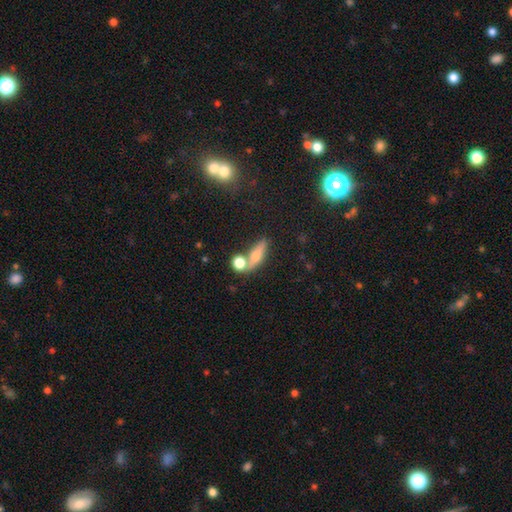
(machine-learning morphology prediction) This appears to be a smooth galaxy with no disk features (62%) that is cigar-shaped (42%, tied with in between). Merging: none (52%).